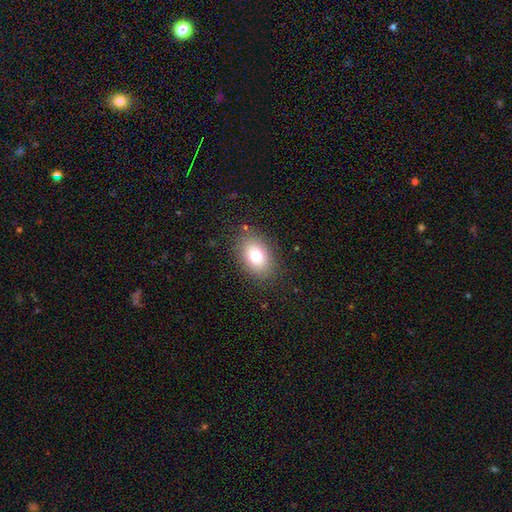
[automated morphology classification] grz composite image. It shows a smooth galaxy with no disk features (77%) that is in between round and cigar-shaped (79%). Merging: none (85%).